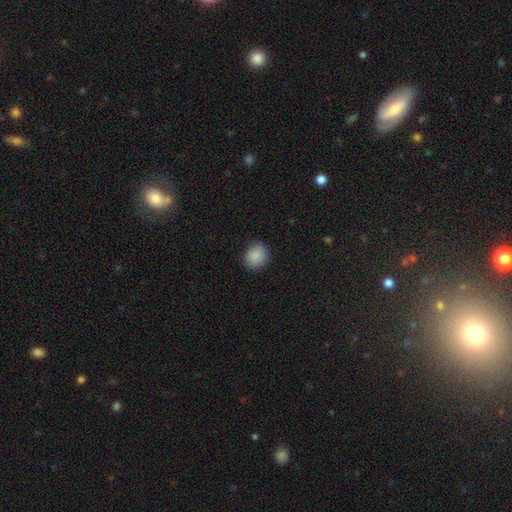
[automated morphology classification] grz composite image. It shows a smooth galaxy with no disk features (88%) that is round (74%). Merging: none (85%).